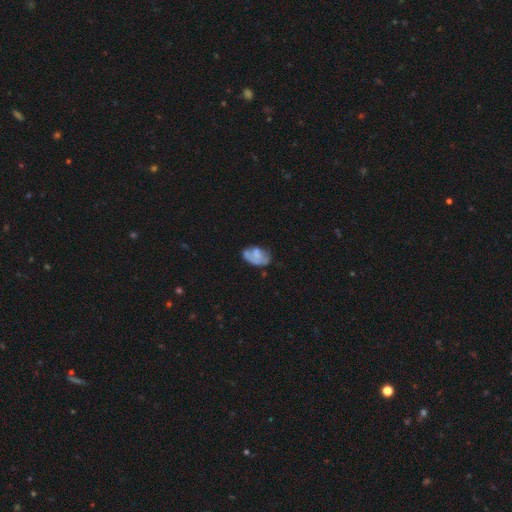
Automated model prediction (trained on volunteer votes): A smooth galaxy with no disk features (52%) that is in between round and cigar-shaped (89%).

Vote fractions:
- Smooth or featured? smooth: 52% / featured or disk: 39% / star or artifact: 9%
- How rounded? in between: 89% / round: 9% / cigar-shaped: 2%
- Merging? none: 44% / minor disturbance: 30% / major disturbance: 17% / merger: 9%